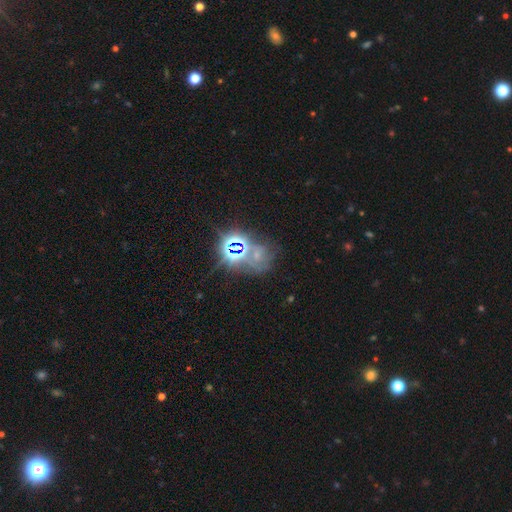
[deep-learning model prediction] smooth_or_featured: star or artifact (p=0.67) [alt: smooth p=0.17]